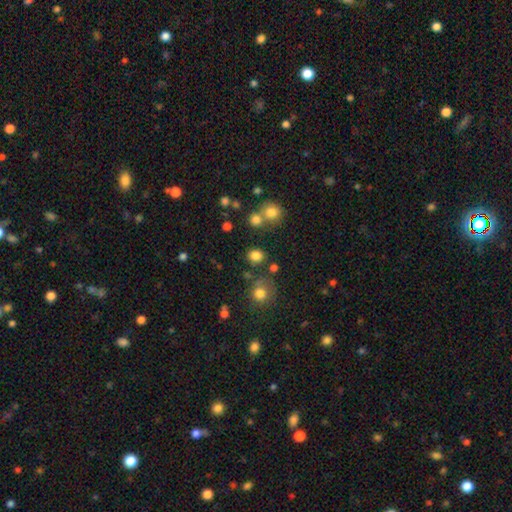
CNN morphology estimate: This appears to be a smooth galaxy with no disk features (80%) that is round (74%). Merging: none (77%).